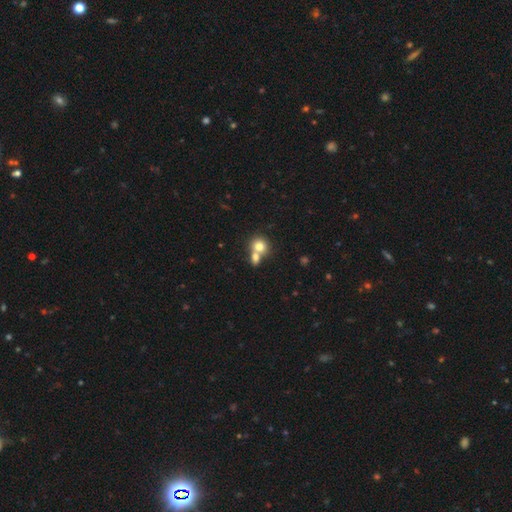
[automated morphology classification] smooth-or-featured: smooth: 72% | star or artifact: 14% | featured or disk: 14%
  how-rounded: round: 80% | in between: 19% | cigar-shaped: 1%
  merging: merger: 52% | none: 39% | minor disturbance: 6% | major disturbance: 3%